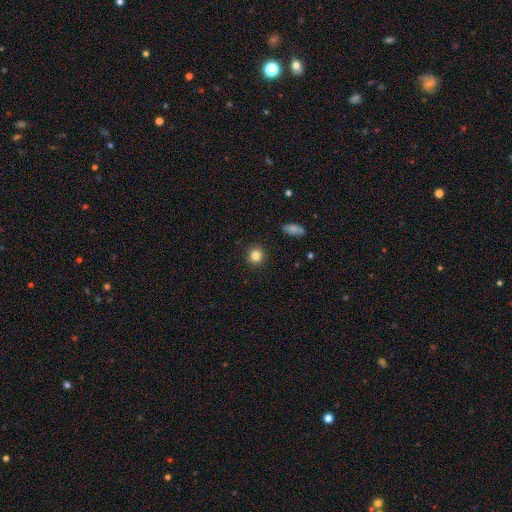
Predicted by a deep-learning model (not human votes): Morphology: type=smooth (84%); roundness=round (90%); merging=none (92%).